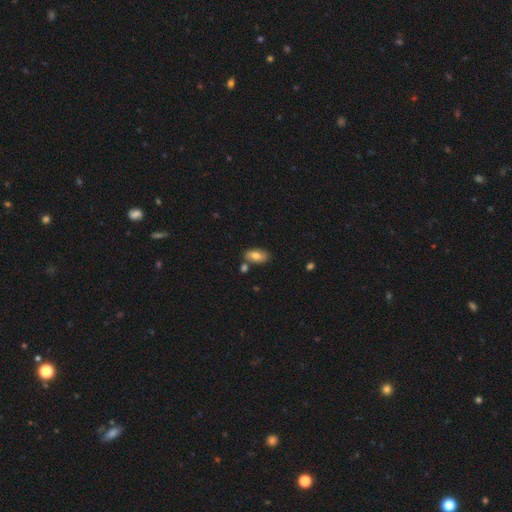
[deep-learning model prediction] Smooth or featured: smooth — 74% (featured or disk — 19%)
How rounded: in between — 91% (cigar-shaped — 4%)
Merging: none — 74% (minor disturbance — 13%)